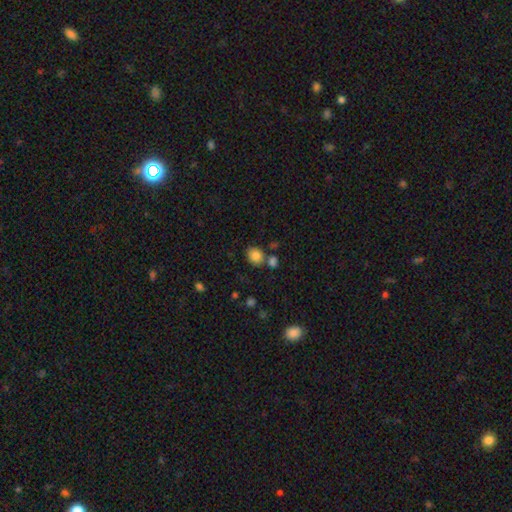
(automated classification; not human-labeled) Smooth or featured: smooth — 83% (star or artifact — 10%)
How rounded: round — 56% (in between — 43%)
Merging: none — 70% (merger — 15%)